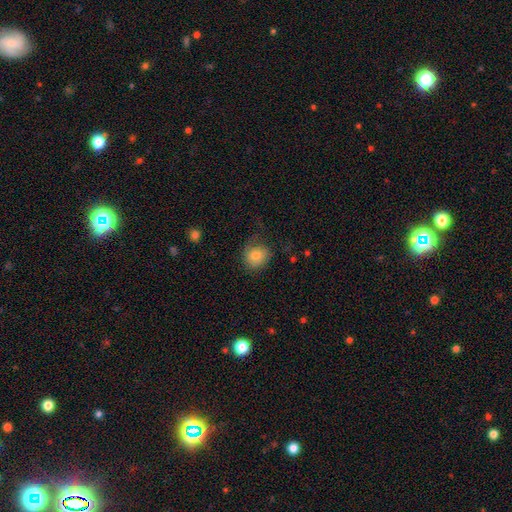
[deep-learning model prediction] Q: Smooth or featured?
A: smooth (80%); runner-up: featured or disk (11%)
Q: How rounded?
A: round (73%); runner-up: in between (26%)
Q: Merging?
A: none (63%); runner-up: minor disturbance (24%)